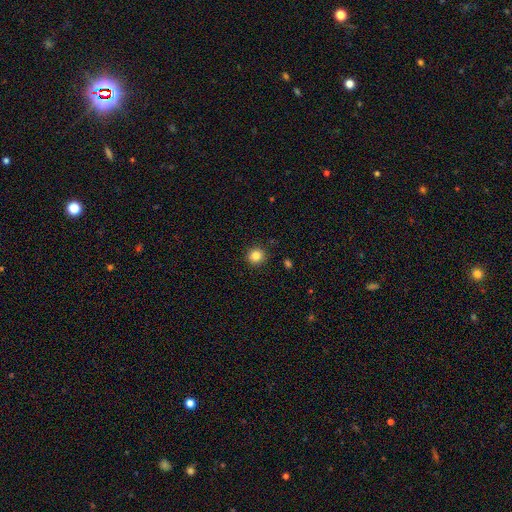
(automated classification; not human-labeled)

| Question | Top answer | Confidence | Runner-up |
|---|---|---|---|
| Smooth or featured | smooth | 83% | star or artifact (11%) |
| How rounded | round | 93% | in between (6%) |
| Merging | none | 92% | minor disturbance (5%) |